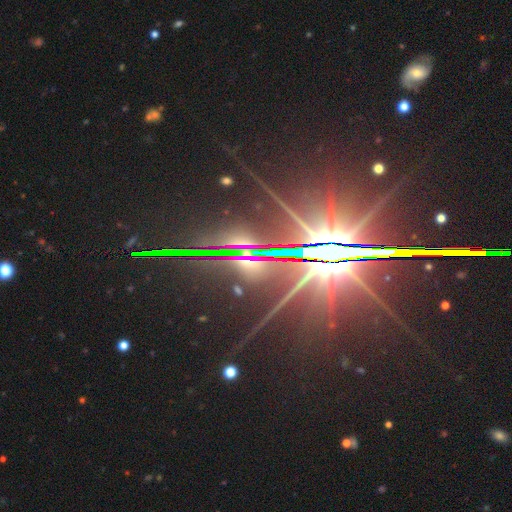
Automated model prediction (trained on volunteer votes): Smooth or featured?
  - star or artifact: 82% *
  - featured or disk: 12%
  - smooth: 6%